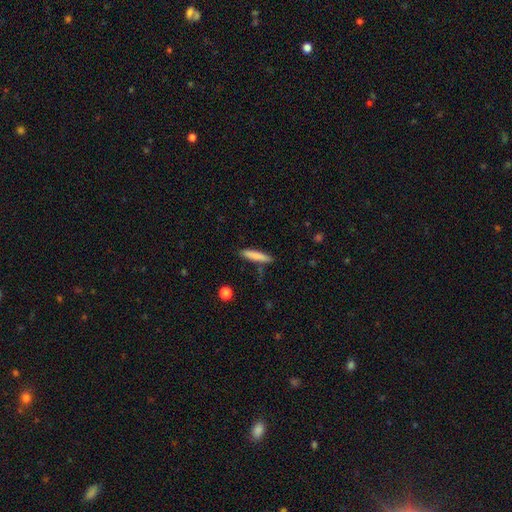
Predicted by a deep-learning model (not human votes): Morphology: type=smooth (82%); roundness=cigar-shaped (89%); merging=none (85%).